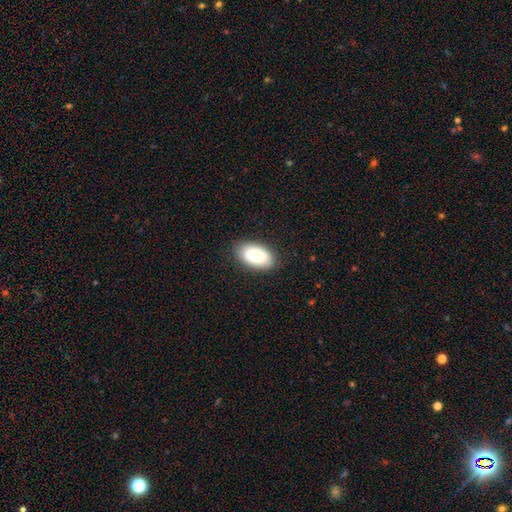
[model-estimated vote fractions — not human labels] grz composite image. It shows a smooth galaxy with no disk features (81%) that is in between round and cigar-shaped (94%). Merging: none (85%).